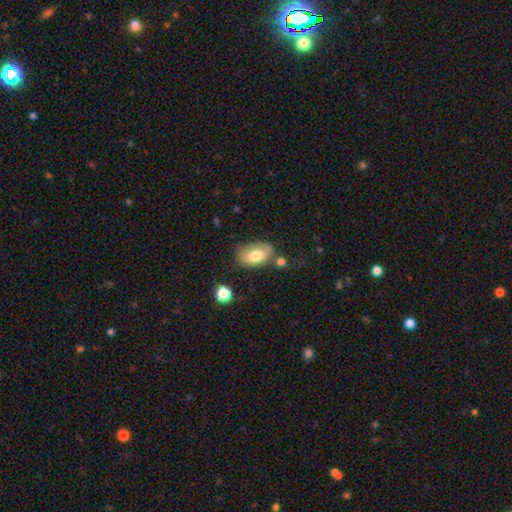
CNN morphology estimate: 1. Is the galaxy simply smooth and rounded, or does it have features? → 73% smooth, 20% featured or disk, 7% star or artifact.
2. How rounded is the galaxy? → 90% in between, 8% round, 2% cigar-shaped.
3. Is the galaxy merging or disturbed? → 57% none, 25% minor disturbance, 10% merger, 8% major disturbance.